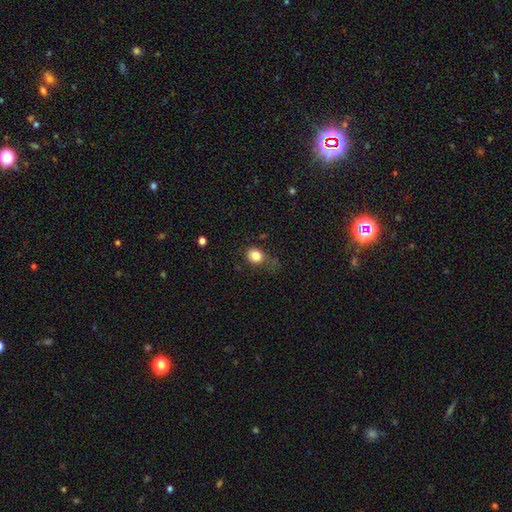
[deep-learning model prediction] This appears to be a smooth galaxy with no disk features (83%) that is round (66%). Merging: none (61%).